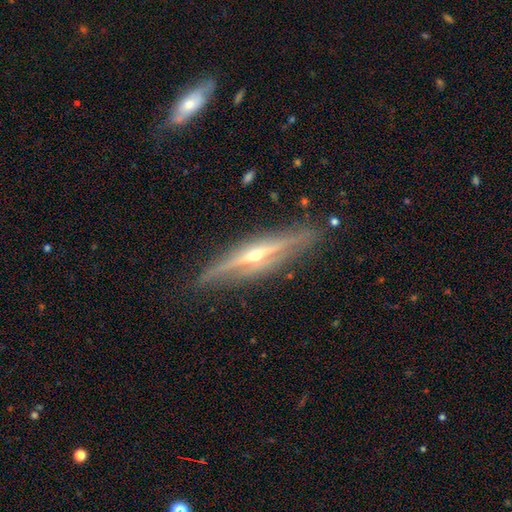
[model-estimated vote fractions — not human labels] A featured or disk galaxy (83%) viewed edge-on (96%) with a rounded central bulge (88%).

Vote fractions:
- Smooth or featured? featured or disk: 83% / smooth: 11% / star or artifact: 6%
- Edge-on disk? yes: 96% / no: 4%
- Edge-on bulge? rounded: 88% / none: 8% / boxy: 4%
- Merging? none: 85% / minor disturbance: 11% / major disturbance: 3% / merger: 1%